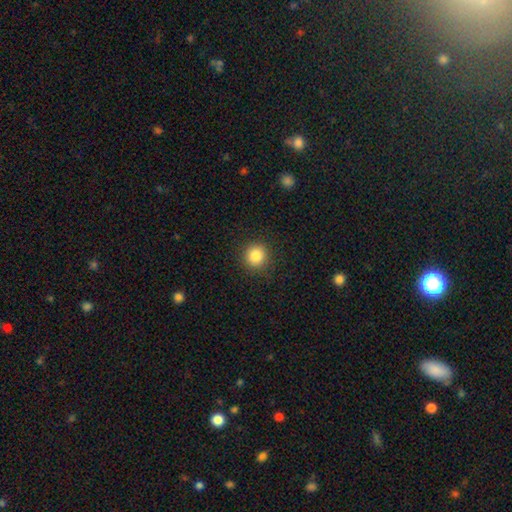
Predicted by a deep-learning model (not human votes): A smooth galaxy with no disk features (84%) that is round (93%). Merging: none (91%).